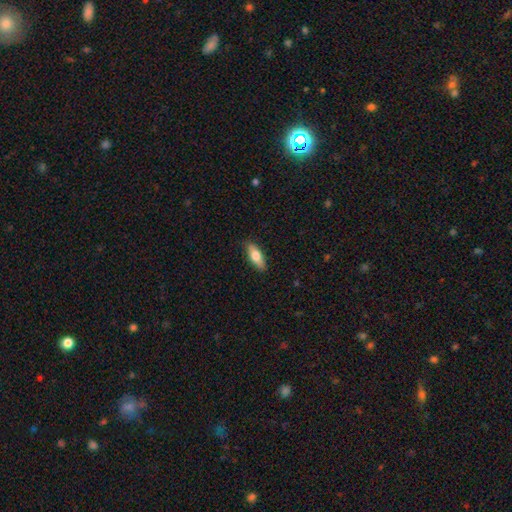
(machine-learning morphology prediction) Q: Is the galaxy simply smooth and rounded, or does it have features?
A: smooth — 72%.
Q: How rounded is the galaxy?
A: in between — 68%.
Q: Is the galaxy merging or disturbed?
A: none — 85%.